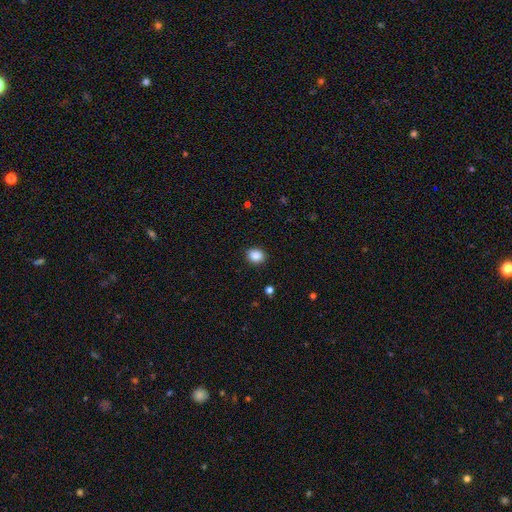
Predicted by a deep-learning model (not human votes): This appears to be a smooth galaxy with no disk features (88%) that is round (55%). Merging: none (89%).